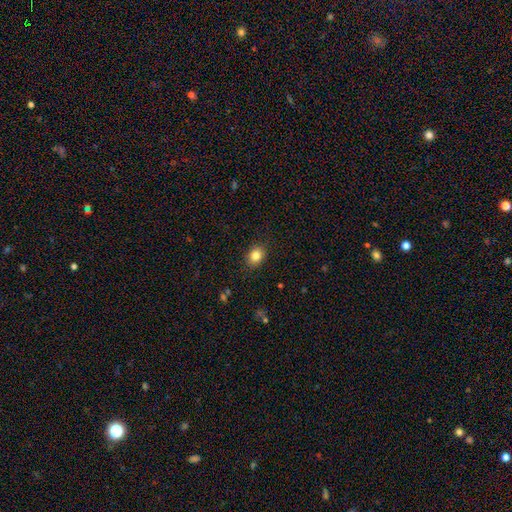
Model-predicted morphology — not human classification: This appears to be a smooth galaxy with no disk features (83%) that is round (53%). Merging: none (88%).